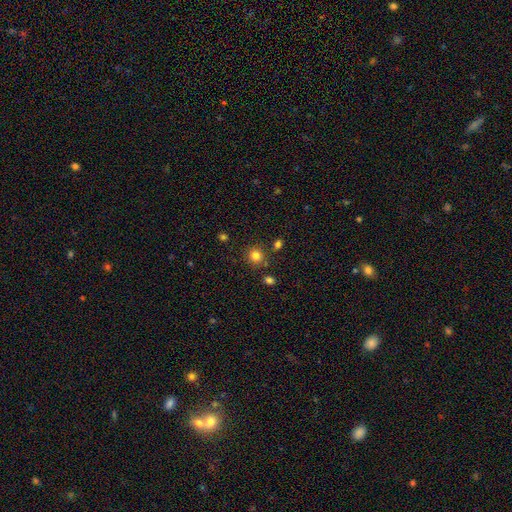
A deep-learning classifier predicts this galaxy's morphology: Smooth or featured: smooth — 82% (star or artifact — 13%)
How rounded: round — 89% (in between — 10%)
Merging: none — 82% (minor disturbance — 9%)